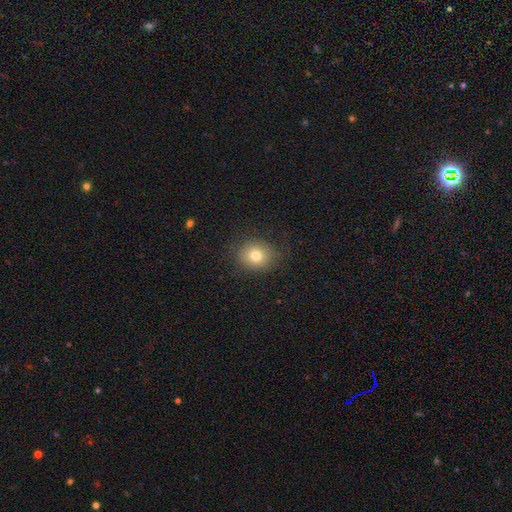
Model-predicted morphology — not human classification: A smooth galaxy with no disk features (77%) that is round (76%).

Vote fractions:
- Smooth or featured? smooth: 77% / star or artifact: 12% / featured or disk: 10%
- How rounded? round: 76% / in between: 24% / cigar-shaped: 1%
- Merging? none: 83% / minor disturbance: 11% / major disturbance: 4% / merger: 1%